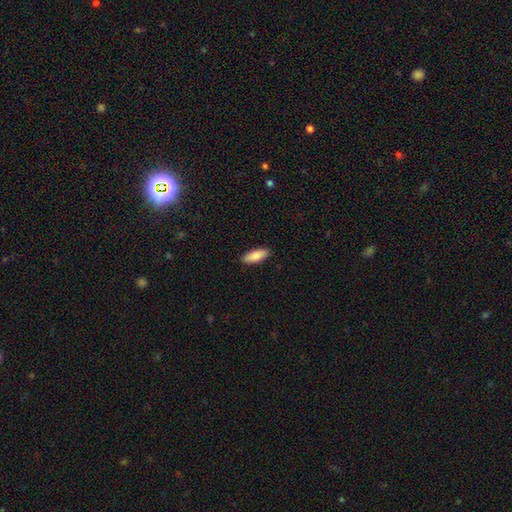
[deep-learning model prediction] The model was most divided on "how rounded": in between: 74%, cigar-shaped: 24%, round: 2%. More confident: merging — none (90%); smooth or featured — smooth (82%).